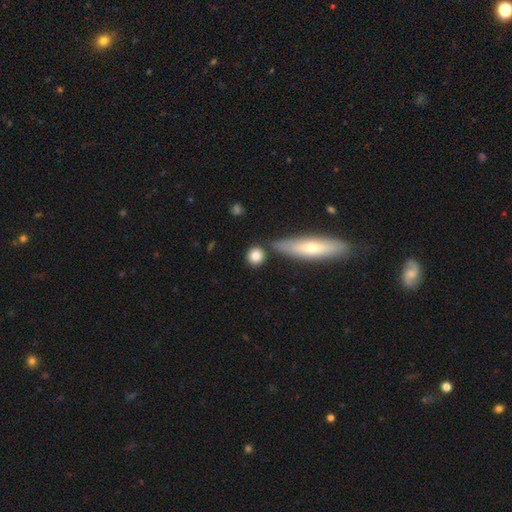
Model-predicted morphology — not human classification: This appears to be a smooth galaxy with no disk features (83%) that is round (83%). Merging: none (78%).